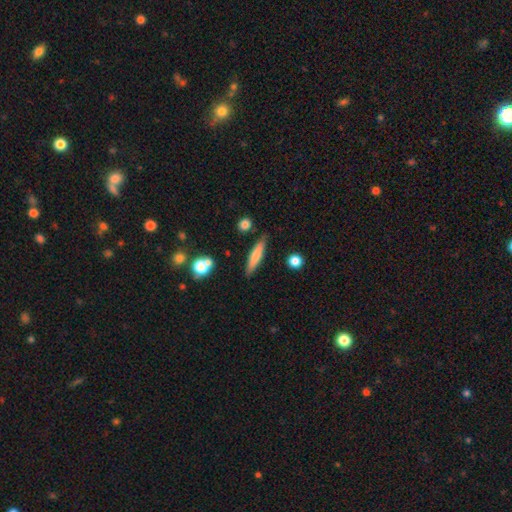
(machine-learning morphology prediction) Overall: smooth (70%). How rounded: cigar-shaped (84%). Merging: none (83%).